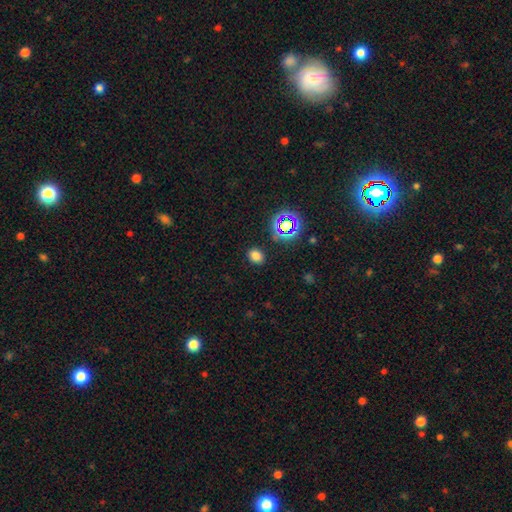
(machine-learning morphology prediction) The model was most divided on "how rounded": in between: 55%, round: 44%, cigar-shaped: 1%. More confident: merging — none (88%); smooth or featured — smooth (75%).